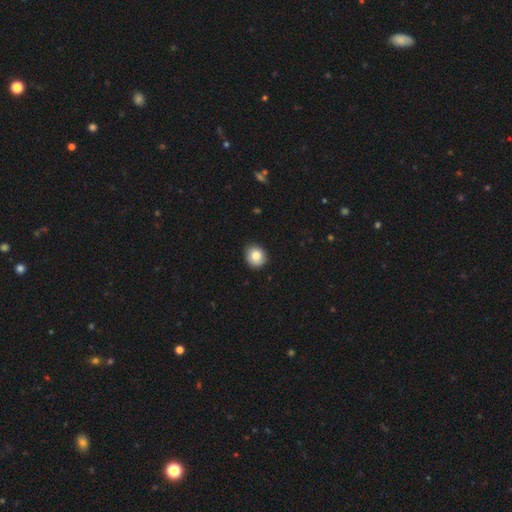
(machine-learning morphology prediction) Smooth or featured: smooth — 84% (star or artifact — 9%)
How rounded: round — 83% (in between — 16%)
Merging: none — 85% (minor disturbance — 12%)